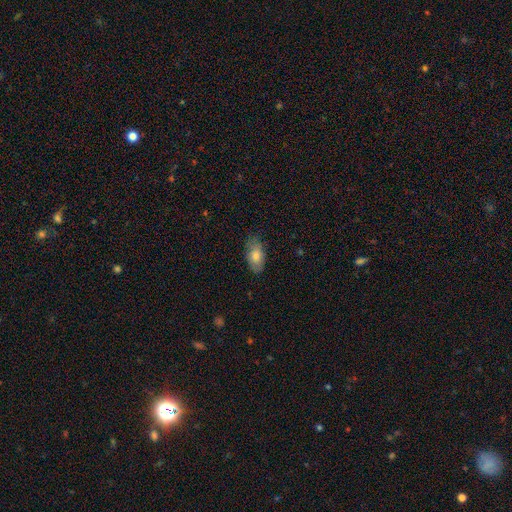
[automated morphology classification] smooth_or_featured: smooth (p=0.73) [alt: featured or disk p=0.19]
how_rounded: in between (p=0.91) [alt: cigar-shaped p=0.04]
merging: none (p=0.79) [alt: minor disturbance p=0.17]